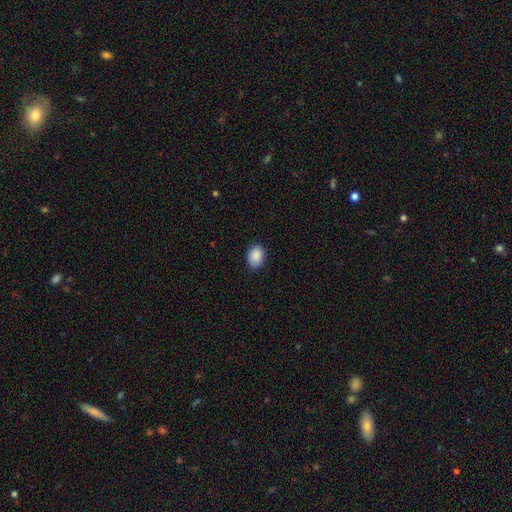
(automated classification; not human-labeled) Overall: smooth (90%). How rounded: in between (73%). Merging: none (86%).